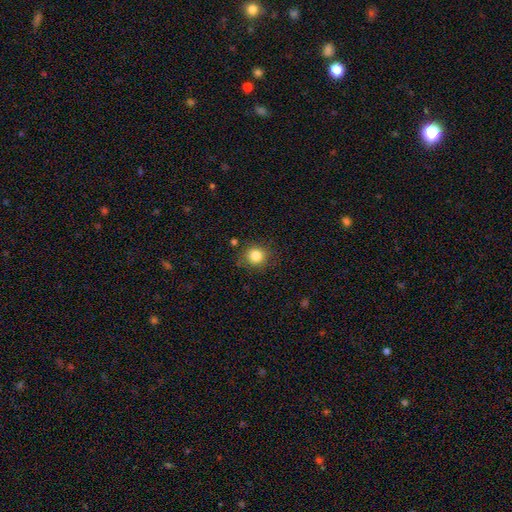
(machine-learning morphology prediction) Smooth or featured? smooth (84%)
How rounded? round (89%)
Merging? none (83%)